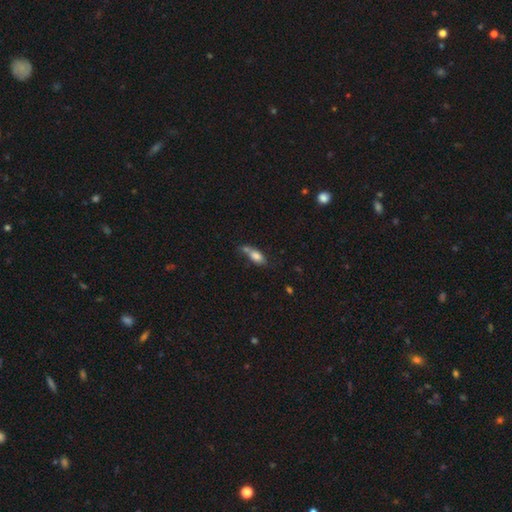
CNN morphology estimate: type=smooth (78%); roundness=in between (83%); merging=merger (37%).